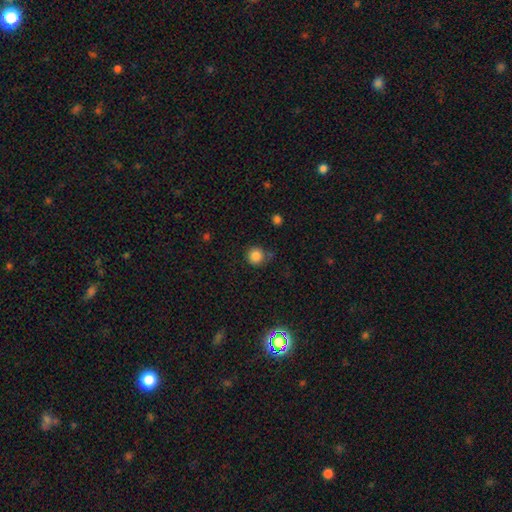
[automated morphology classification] Overall: smooth (85%). How rounded: round (94%). Merging: none (77%).